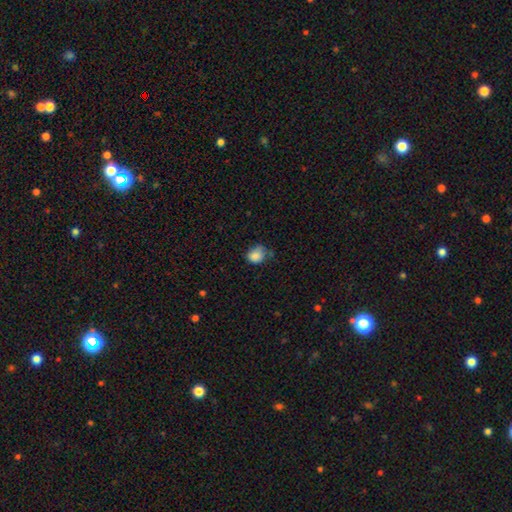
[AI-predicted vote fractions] Smooth or featured? Predicted: smooth (p=0.85). How rounded? Predicted: round (p=0.60). Merging? Predicted: none (p=0.45).